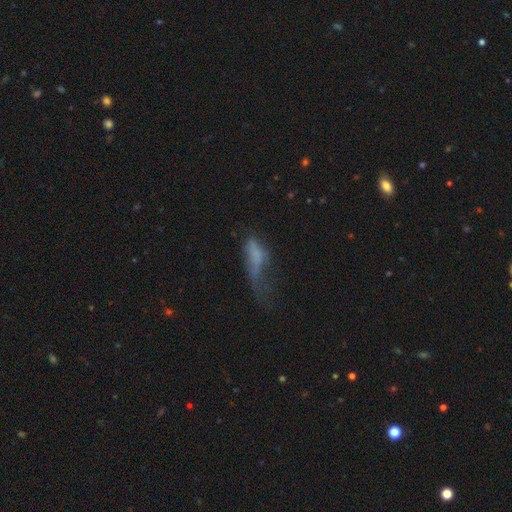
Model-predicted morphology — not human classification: Overall: smooth (57%; featured or disk 28%). How rounded: in between (63%; cigar-shaped 33%). Merging: major disturbance (55%; minor disturbance 21%).